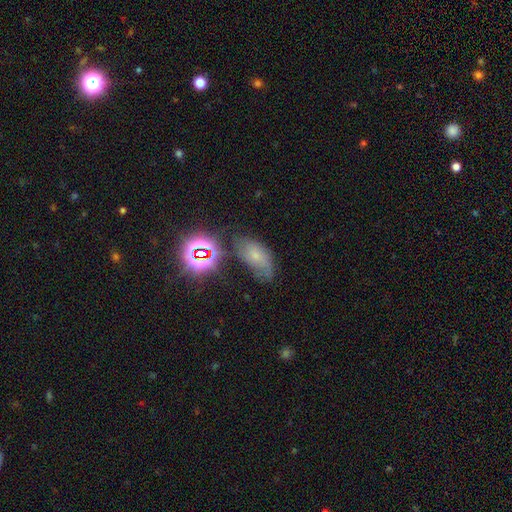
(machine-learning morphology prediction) smooth_or_featured: smooth (p=0.45) [alt: featured or disk p=0.29]
merging: none (p=0.48) [alt: minor disturbance p=0.30]